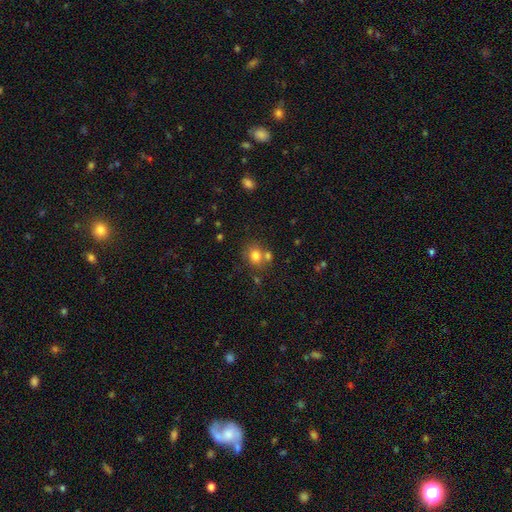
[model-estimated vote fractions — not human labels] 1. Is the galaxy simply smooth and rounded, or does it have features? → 78% smooth, 13% star or artifact, 9% featured or disk.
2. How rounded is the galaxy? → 68% round, 31% in between, 1% cigar-shaped.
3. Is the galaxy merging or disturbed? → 58% none, 27% merger, 11% minor disturbance, 4% major disturbance.